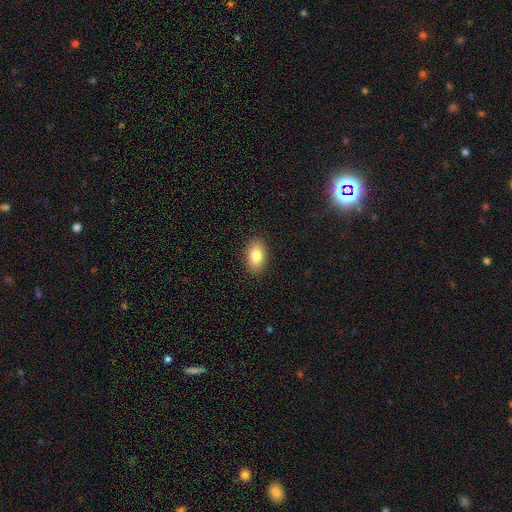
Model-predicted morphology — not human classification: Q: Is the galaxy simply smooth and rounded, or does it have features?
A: smooth — 81%.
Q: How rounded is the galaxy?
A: in between — 88%.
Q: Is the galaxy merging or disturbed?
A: none — 89%.